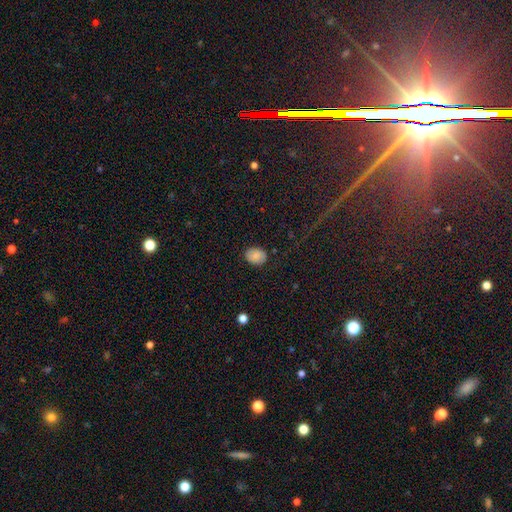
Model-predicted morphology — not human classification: Smooth or featured? Predicted: smooth (p=0.84). How rounded? Predicted: in between (p=0.58). Merging? Predicted: none (p=0.85).